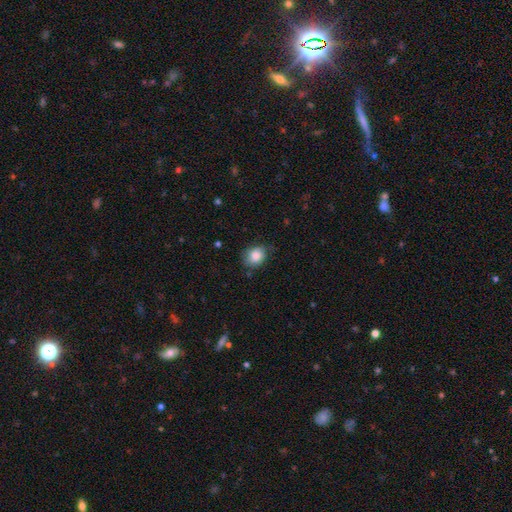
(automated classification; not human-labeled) This appears to be a smooth galaxy with no disk features (84%) that is round (52%). Merging: none (66%).